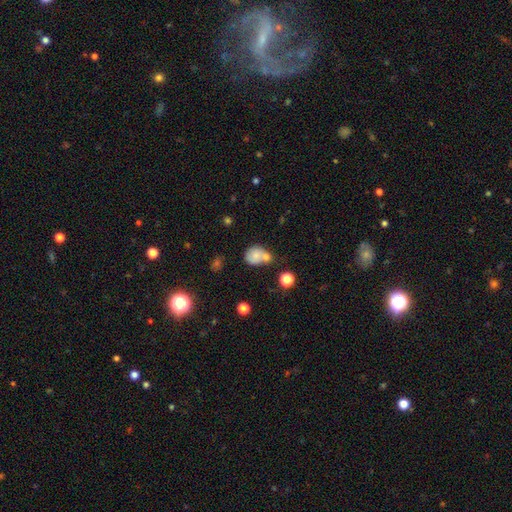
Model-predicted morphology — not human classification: This is likely a smooth galaxy (73%). How rounded: possibly round (60%). Merging: possibly merger (46%).